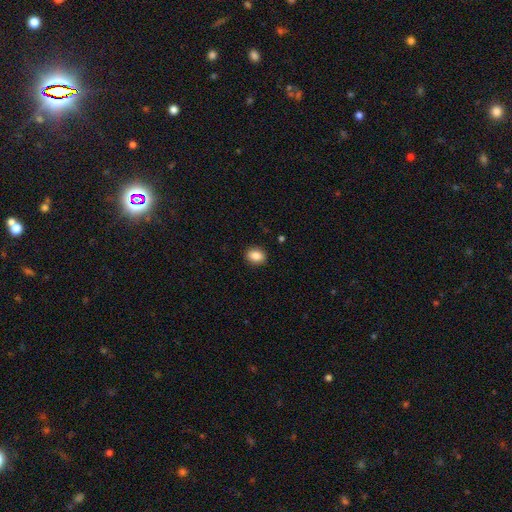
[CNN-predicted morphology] smooth_or_featured: smooth (p=0.86) [alt: star or artifact p=0.09]
how_rounded: in between (p=0.52) [alt: round p=0.47]
merging: none (p=0.90) [alt: minor disturbance p=0.07]